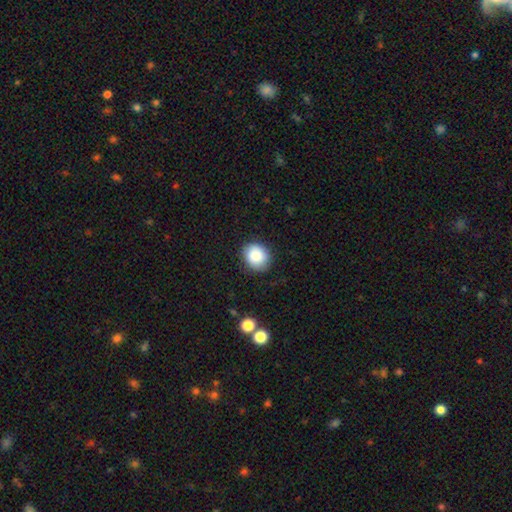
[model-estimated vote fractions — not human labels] Smooth or featured? smooth (86%)
How rounded? round (71%)
Merging? none (86%)